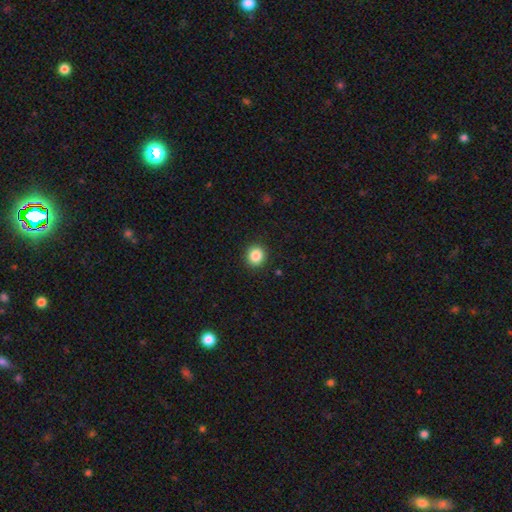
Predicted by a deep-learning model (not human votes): This is clearly a smooth galaxy (86%). How rounded: clearly round (87%). Merging: clearly none (91%).